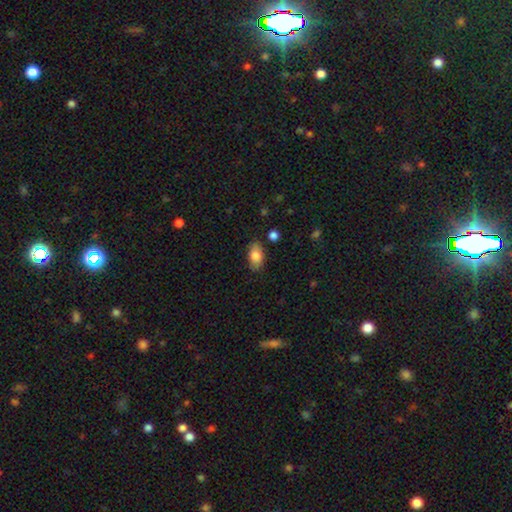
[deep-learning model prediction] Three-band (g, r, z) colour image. It shows a smooth galaxy with no disk features (82%) that is in between round and cigar-shaped (91%). Merging: none (82%).